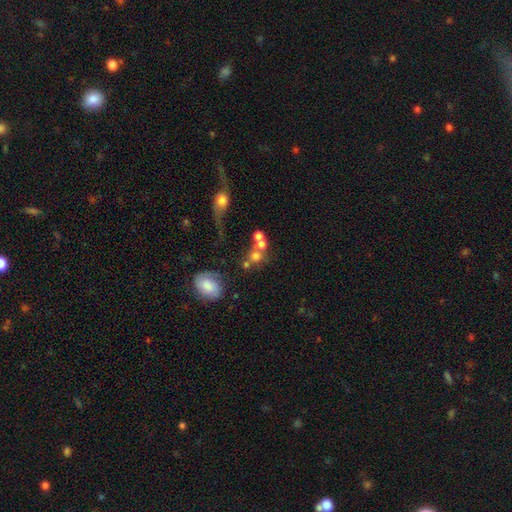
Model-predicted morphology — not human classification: Overall: smooth (65%). How rounded: round (77%). Merging: merger (47%; none 33%).